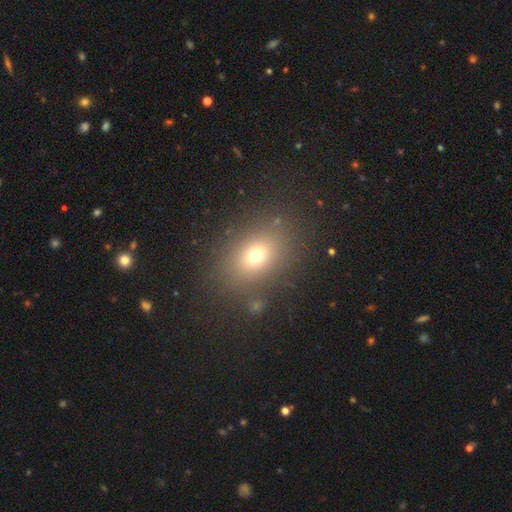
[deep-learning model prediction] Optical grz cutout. It shows a smooth galaxy with no disk features (71%) that is in between round and cigar-shaped (66%). Merging: none (83%).